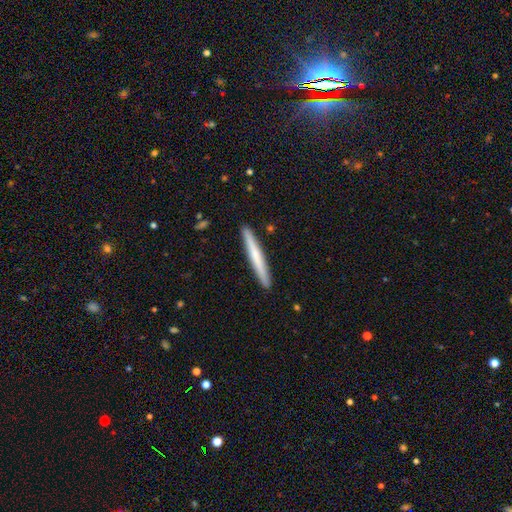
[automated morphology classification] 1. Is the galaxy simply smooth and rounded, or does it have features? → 61% smooth, 33% featured or disk, 5% star or artifact.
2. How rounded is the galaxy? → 97% cigar-shaped, 2% in between, 1% round.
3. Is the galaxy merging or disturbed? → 92% none, 6% minor disturbance, 1% major disturbance, 1% merger.